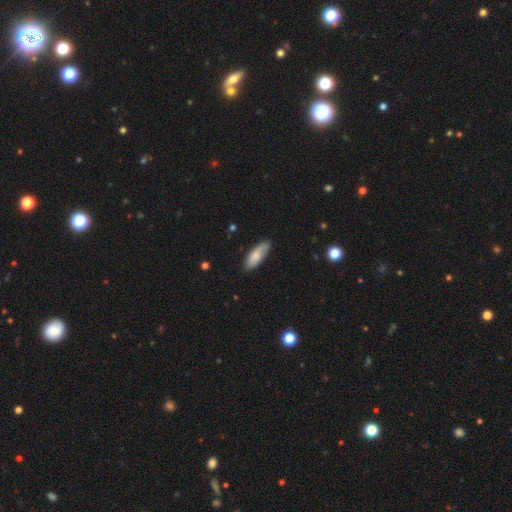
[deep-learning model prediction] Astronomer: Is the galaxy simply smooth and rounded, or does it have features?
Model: smooth — 81%.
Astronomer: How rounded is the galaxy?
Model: in between — 64%.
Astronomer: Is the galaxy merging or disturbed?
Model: none — 82%.